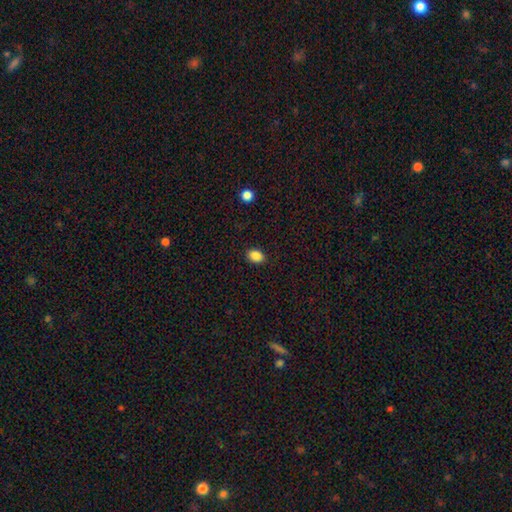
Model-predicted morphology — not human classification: Smooth or featured? Predicted: smooth (p=0.88). How rounded? Predicted: in between (p=0.73). Merging? Predicted: none (p=0.89).